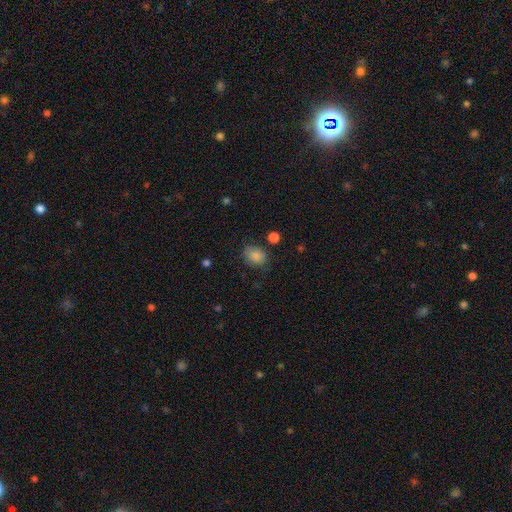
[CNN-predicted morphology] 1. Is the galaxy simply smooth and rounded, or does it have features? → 84% smooth, 9% star or artifact, 6% featured or disk.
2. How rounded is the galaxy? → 53% in between, 46% round, 1% cigar-shaped.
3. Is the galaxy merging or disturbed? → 75% none, 17% minor disturbance, 5% major disturbance, 3% merger.